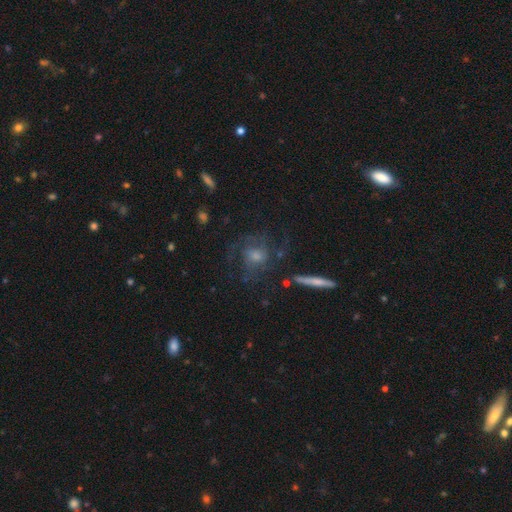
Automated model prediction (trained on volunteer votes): smooth-or-featured: featured or disk: 74% | smooth: 14% | star or artifact: 12%
  disk-edge-on: no: 94% | yes: 6%
    bar: no: 65% | weak: 29% | strong: 6%
    has-spiral-arms: yes: 90% | no: 10%
      spiral-winding: medium: 46% | tight: 38% | loose: 16%
      spiral-arm-count: 2: 32% | can't tell: 30% | 3: 20% | 4: 7% | 1: 5% | more than 4: 5%
    bulge-size: moderate: 50% | small: 28% | large: 13% | none: 7% | dominant: 2%
  merging: none: 68% | minor disturbance: 16% | major disturbance: 13% | merger: 3%